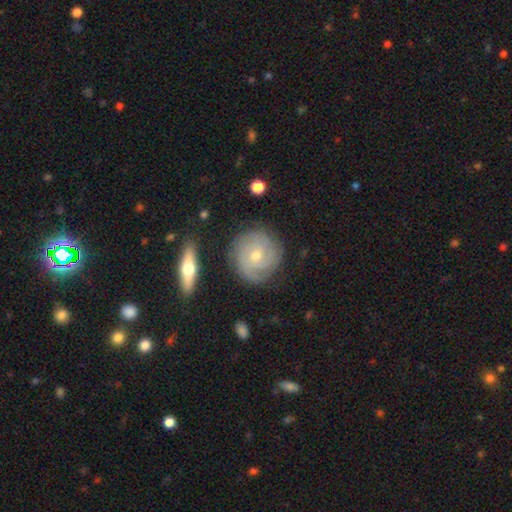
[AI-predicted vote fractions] smooth_or_featured: featured or disk (p=0.79) [alt: smooth p=0.14]
disk_edge_on: no (p=0.96) [alt: yes p=0.04]
bar: no (p=0.73) [alt: weak p=0.22]
has_spiral_arms: yes (p=0.94) [alt: no p=0.06]
spiral_winding: tight (p=0.77) [alt: medium p=0.18]
spiral_arm_count: 3 (p=0.27) [alt: can't tell p=0.26]
bulge_size: moderate (p=0.49) [alt: small p=0.48]
merging: none (p=0.81) [alt: minor disturbance p=0.13]